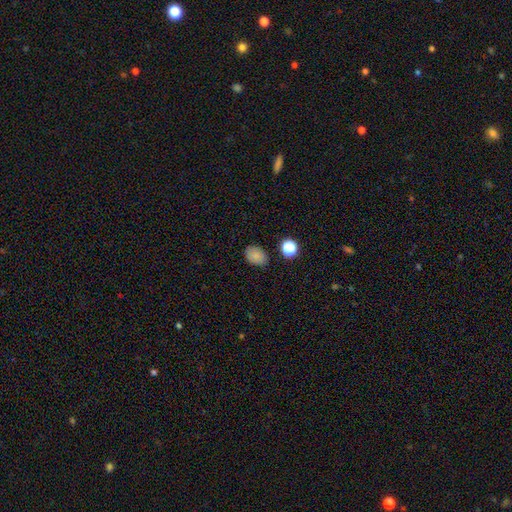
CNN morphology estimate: This is clearly a smooth galaxy (82%). How rounded: likely in between (72%). Merging: clearly none (83%).